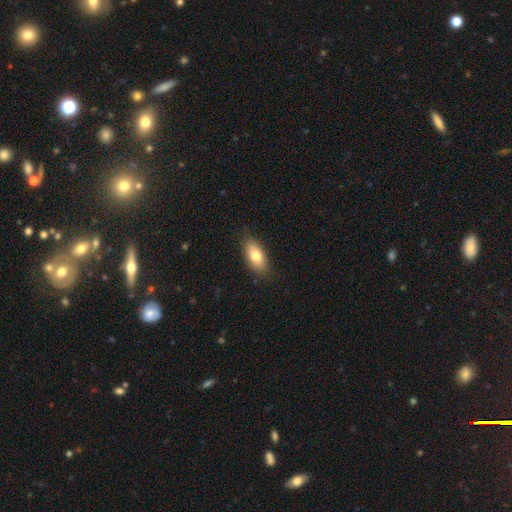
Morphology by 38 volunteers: Smooth or featured? smooth (76%)
How rounded? in between (90%)
Merging? none (74%)